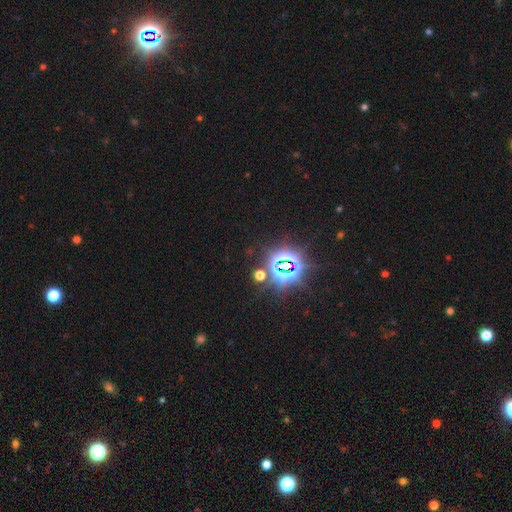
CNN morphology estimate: smooth-or-featured: star or artifact: 85% | smooth: 9% | featured or disk: 6%